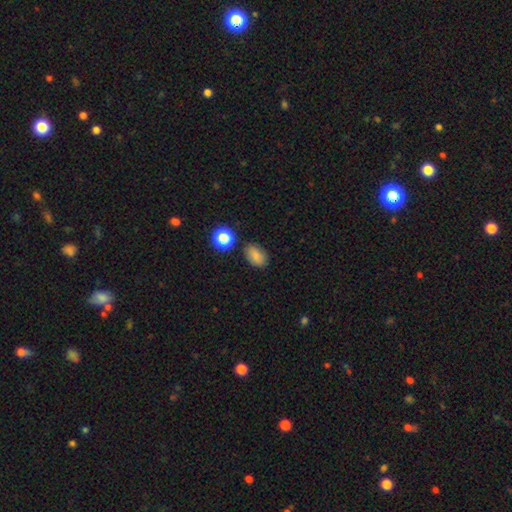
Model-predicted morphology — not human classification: Smooth or featured?
  - smooth: 80% *
  - star or artifact: 12%
  - featured or disk: 8%
How rounded?
  - in between: 80% *
  - round: 18%
  - cigar-shaped: 2%
Merging?
  - none: 80% *
  - minor disturbance: 13%
  - merger: 4%
  - major disturbance: 3%